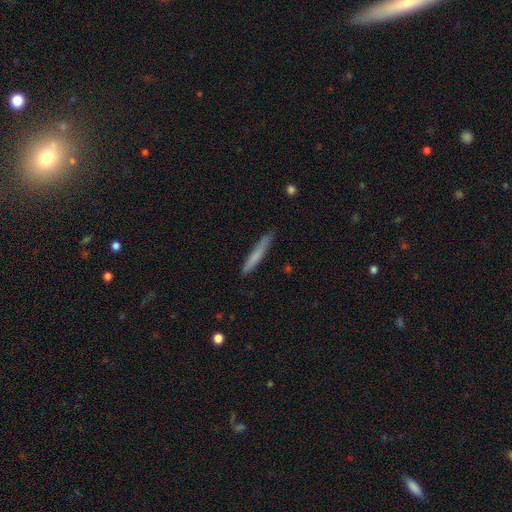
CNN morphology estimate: smooth_or_featured: smooth (p=0.69) [alt: featured or disk p=0.25]
how_rounded: cigar-shaped (p=0.96) [alt: in between p=0.03]
merging: none (p=0.88) [alt: minor disturbance p=0.09]